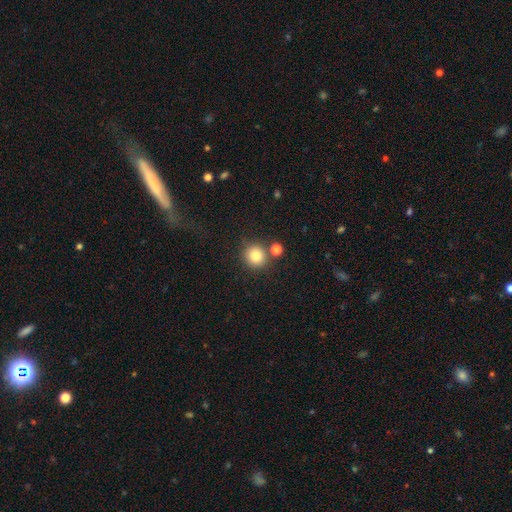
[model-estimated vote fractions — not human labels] smooth 81%, star or artifact 12%, featured or disk 7%. Down the decision tree: how rounded — round (92%); merging — none (76%).